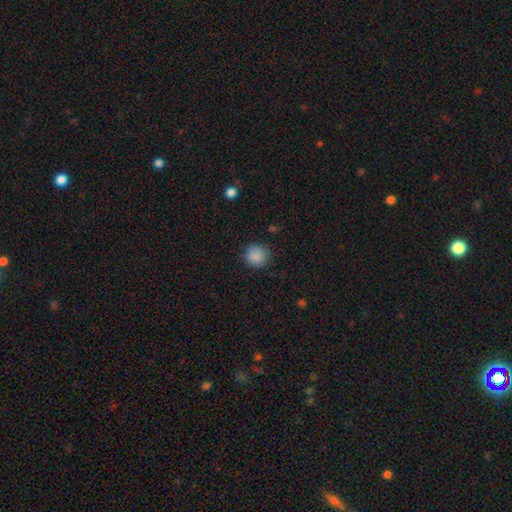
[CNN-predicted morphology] This is clearly a smooth galaxy (88%). How rounded: clearly round (92%). Merging: clearly none (89%).